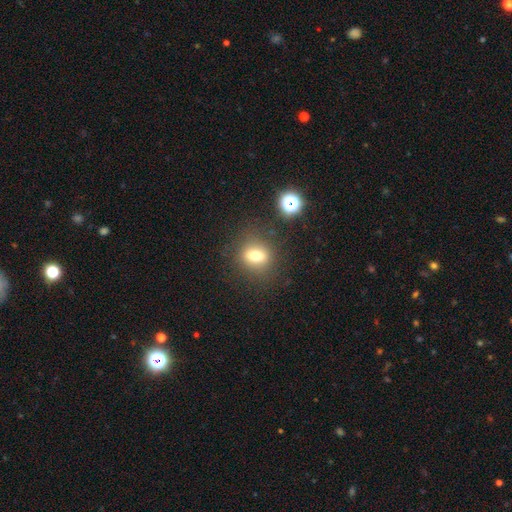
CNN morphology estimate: Smooth or featured? Predicted: smooth (p=0.72). How rounded? Predicted: round (p=0.49). Merging? Predicted: none (p=0.82).